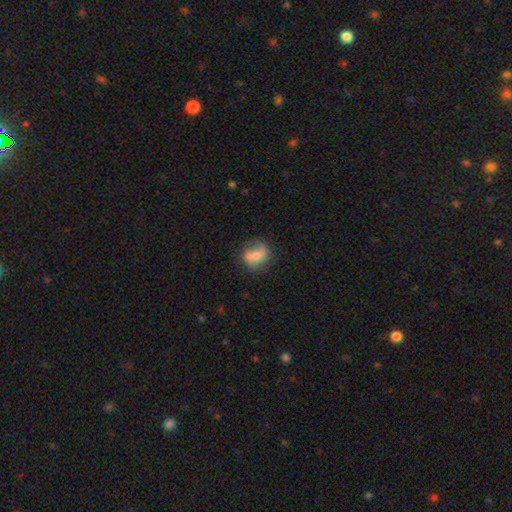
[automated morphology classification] Q: Smooth or featured?
A: smooth (47%); runner-up: featured or disk (45%)
Q: Merging?
A: none (61%); runner-up: minor disturbance (23%)